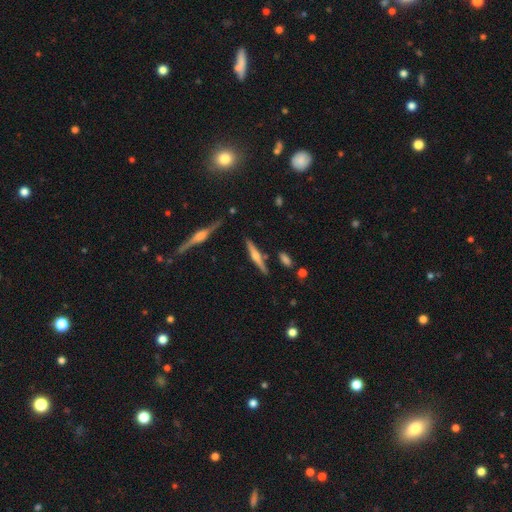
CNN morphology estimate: This is likely a featured or disk galaxy (70%). It is clearly viewed edge-on (97%). Edge-on bulge: clearly rounded (85%). Merging: clearly none (81%).